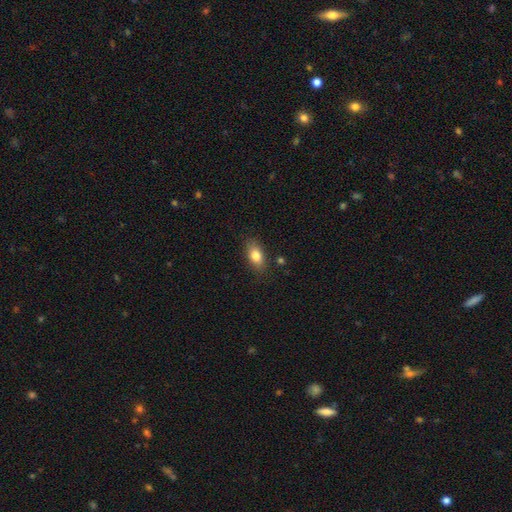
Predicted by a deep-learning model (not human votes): A smooth galaxy with no disk features (80%) that is in between round and cigar-shaped (85%). Merging: none (83%).